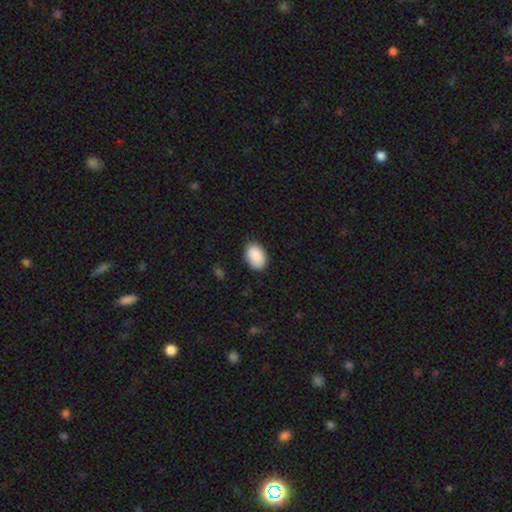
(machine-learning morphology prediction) Smooth or featured?
  - smooth: 91% *
  - star or artifact: 6%
  - featured or disk: 3%
How rounded?
  - in between: 89% *
  - round: 10%
  - cigar-shaped: 1%
Merging?
  - none: 86% *
  - minor disturbance: 10%
  - major disturbance: 2%
  - merger: 1%